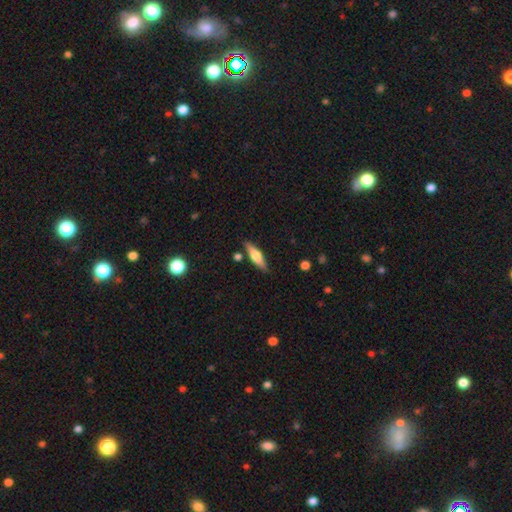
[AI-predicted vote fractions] The model was most divided on "smooth or featured": smooth: 47%, featured or disk: 46%, star or artifact: 7%. More confident: merging — none (83%).